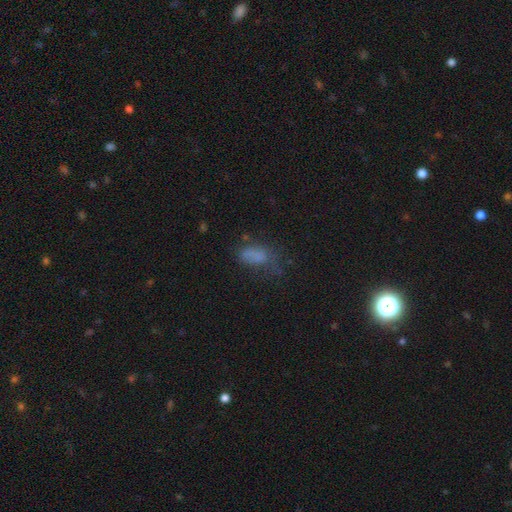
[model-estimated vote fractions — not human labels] Smooth or featured: smooth — 67% (featured or disk — 17%)
How rounded: in between — 86% (round — 7%)
Merging: none — 36% (major disturbance — 32%)